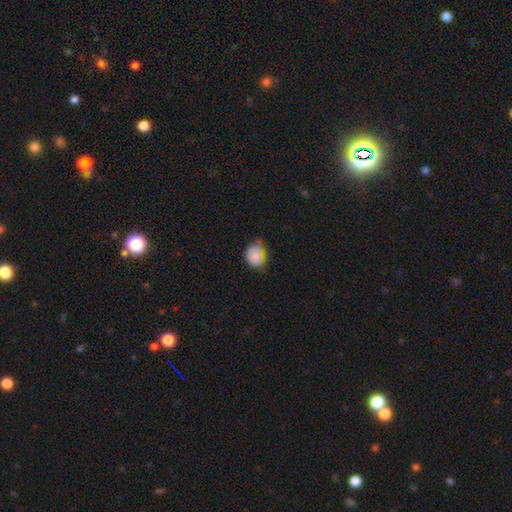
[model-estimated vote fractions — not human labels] This appears to be a smooth galaxy with no disk features (78%) that is round (54%). Merging: none (56%).